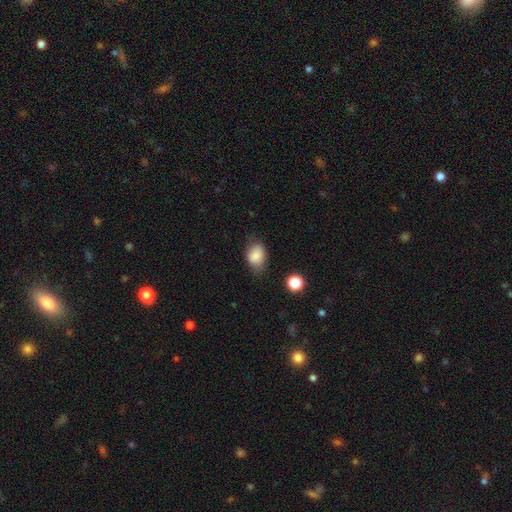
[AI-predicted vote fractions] This is clearly a smooth galaxy (84%). How rounded: likely in between (74%). Merging: likely none (64%).